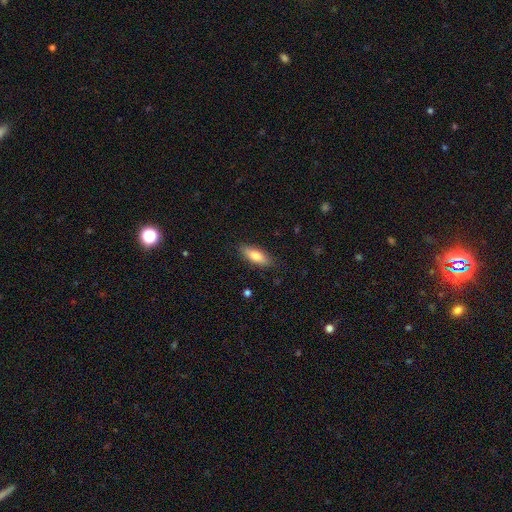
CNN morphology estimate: type=smooth (77%); roundness=in between (71%); merging=none (84%).